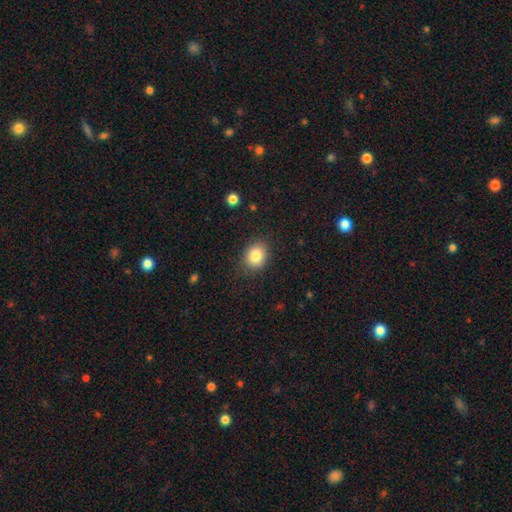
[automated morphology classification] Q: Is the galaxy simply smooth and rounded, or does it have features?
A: smooth — 83%.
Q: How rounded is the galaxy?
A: round — 52%.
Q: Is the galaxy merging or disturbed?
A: none — 84%.